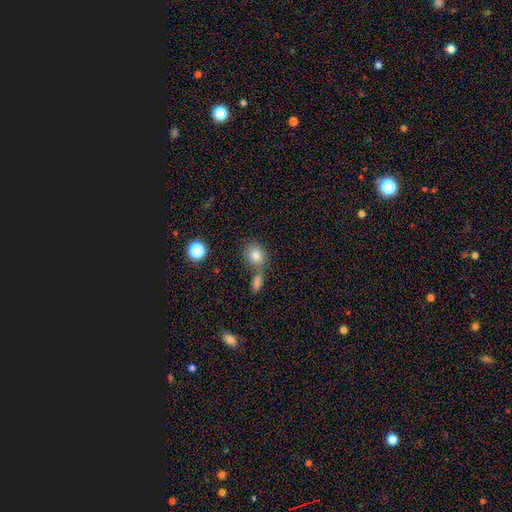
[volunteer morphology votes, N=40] Smooth or featured?
  - smooth: 85% *
  - star or artifact: 10%
  - featured or disk: 5%
How rounded?
  - round: 68% *
  - in between: 32%
  - cigar-shaped: 0%
Merging?
  - none: 61% *
  - merger: 28%
  - minor disturbance: 11%
  - major disturbance: 0%